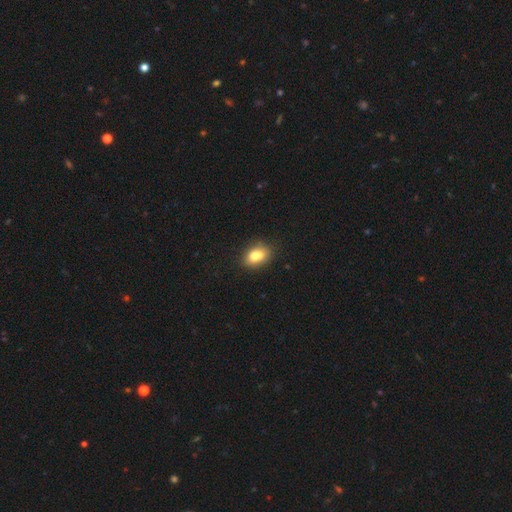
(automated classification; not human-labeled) Smooth or featured: smooth — 74% (featured or disk — 16%)
How rounded: in between — 76% (round — 21%)
Merging: none — 52% (merger — 27%)